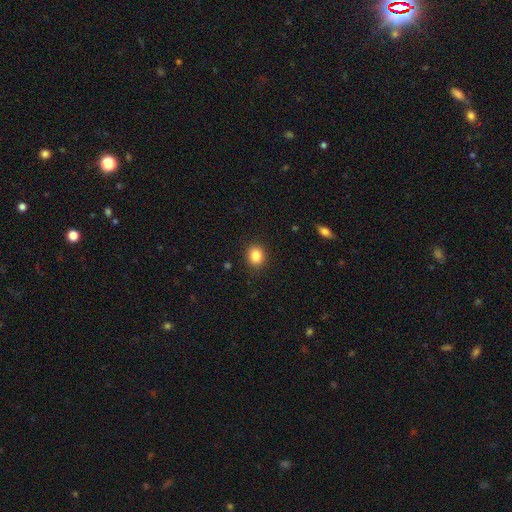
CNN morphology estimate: Smooth or featured?
  - smooth: 85% *
  - star or artifact: 10%
  - featured or disk: 5%
How rounded?
  - round: 66% *
  - in between: 33%
  - cigar-shaped: 1%
Merging?
  - none: 90% *
  - minor disturbance: 7%
  - major disturbance: 2%
  - merger: 1%